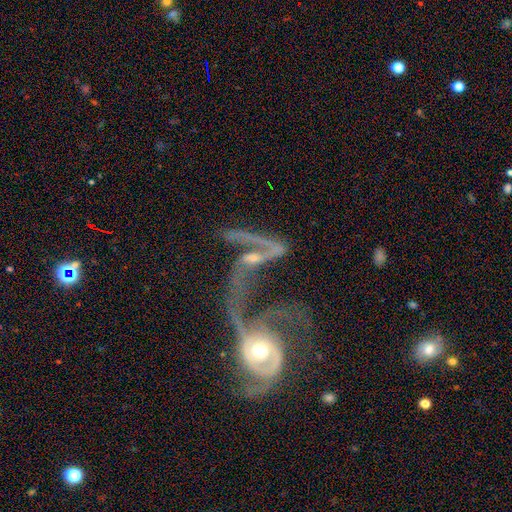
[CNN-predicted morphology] Smooth or featured: featured or disk — 82% (smooth — 10%)
Edge-on disk: no — 91% (yes — 9%)
Bar: no — 48% (weak — 30%)
Spiral arms: yes — 86% (no — 14%)
Spiral winding: loose — 67% (medium — 23%)
Spiral arm count: 2 — 77% (1 — 9%)
Bulge size: small — 45% (moderate — 44%)
Merging: merger — 52% (major disturbance — 21%)